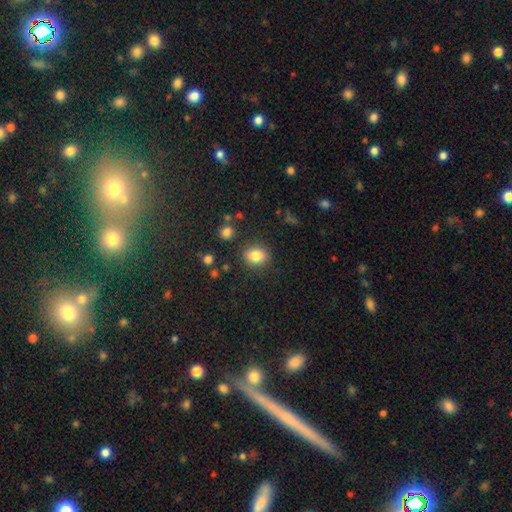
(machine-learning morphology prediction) Overall: smooth (83%). How rounded: round (58%; in between 41%). Merging: none (86%).